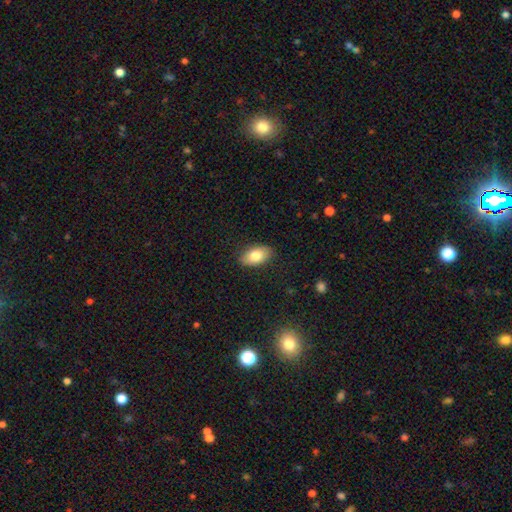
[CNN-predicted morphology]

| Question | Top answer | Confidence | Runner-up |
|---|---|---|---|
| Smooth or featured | smooth | 80% | featured or disk (13%) |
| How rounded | in between | 93% | round (5%) |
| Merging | none | 87% | minor disturbance (10%) |